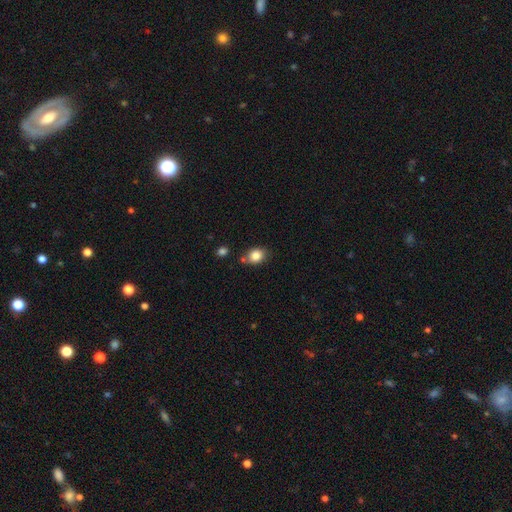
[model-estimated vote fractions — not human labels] Morphology: type=smooth (84%); roundness=in between (50%); merging=none (71%).